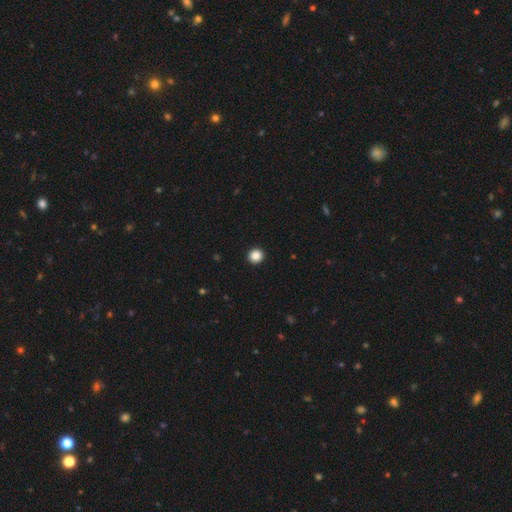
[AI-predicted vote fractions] This appears to be a smooth galaxy with no disk features (87%) that is round (94%). Merging: none (94%).